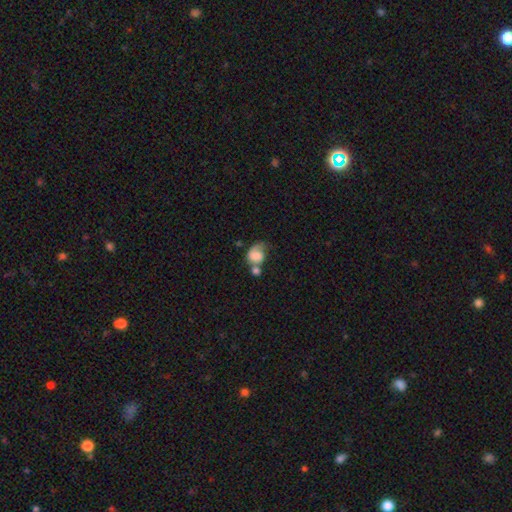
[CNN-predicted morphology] A smooth galaxy with no disk features (63%) that is in between round and cigar-shaped (57%).

Vote fractions:
- Smooth or featured? smooth: 63% / featured or disk: 28% / star or artifact: 9%
- How rounded? in between: 57% / round: 42% / cigar-shaped: 1%
- Merging? merger: 36% / major disturbance: 24% / none: 22% / minor disturbance: 17%